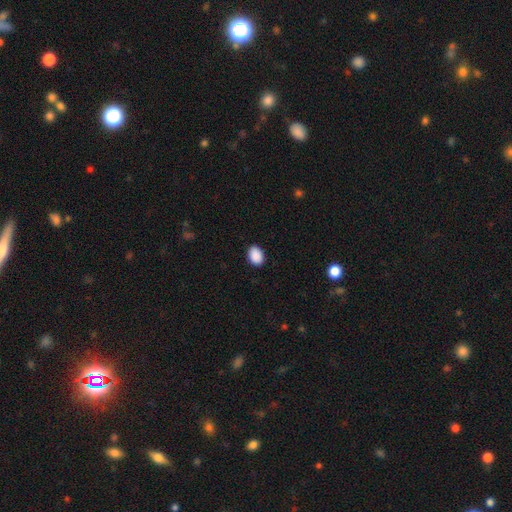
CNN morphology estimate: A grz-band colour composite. It shows a smooth galaxy with no disk features (90%) that is in between round and cigar-shaped (79%). Merging: none (88%).